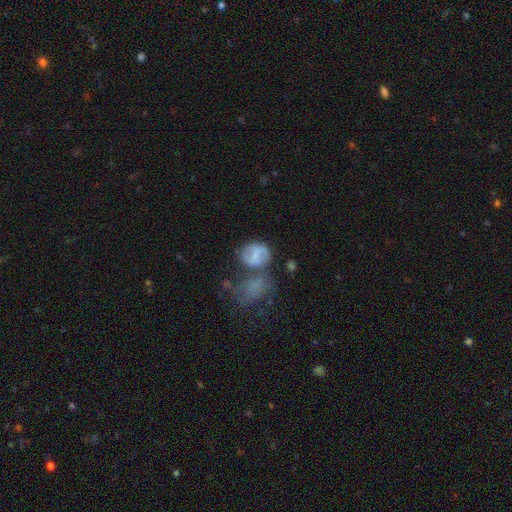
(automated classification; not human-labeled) smooth 52%, featured or disk 39%, star or artifact 9%. Down the decision tree: how rounded — in between (51%); merging — none (41%).